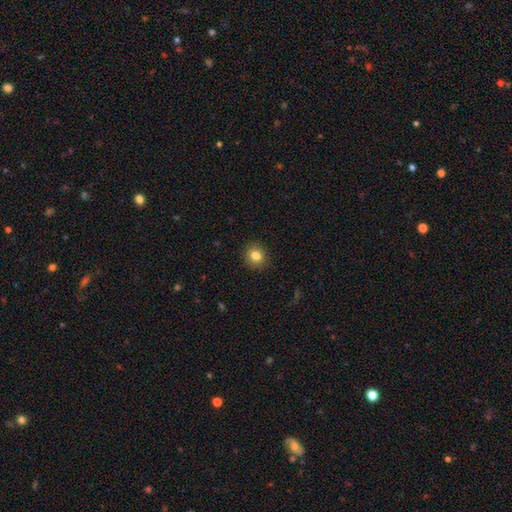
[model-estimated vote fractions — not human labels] Smooth or featured? Predicted: smooth (p=0.82). How rounded? Predicted: round (p=0.78). Merging? Predicted: none (p=0.90).